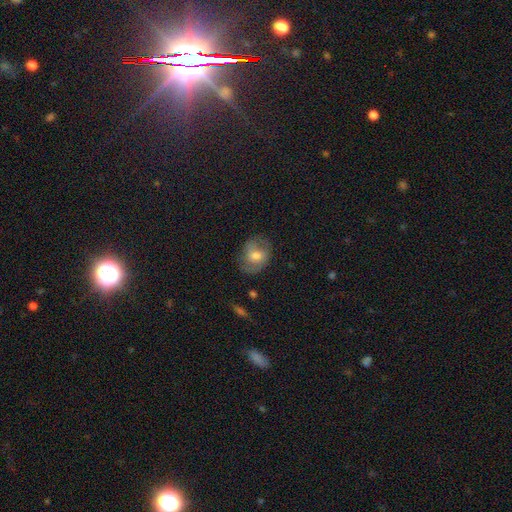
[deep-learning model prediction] A featured or disk galaxy (48%).

Vote fractions:
- Smooth or featured? featured or disk: 48% / smooth: 44% / star or artifact: 8%
- Merging? none: 69% / minor disturbance: 21% / major disturbance: 9% / merger: 1%